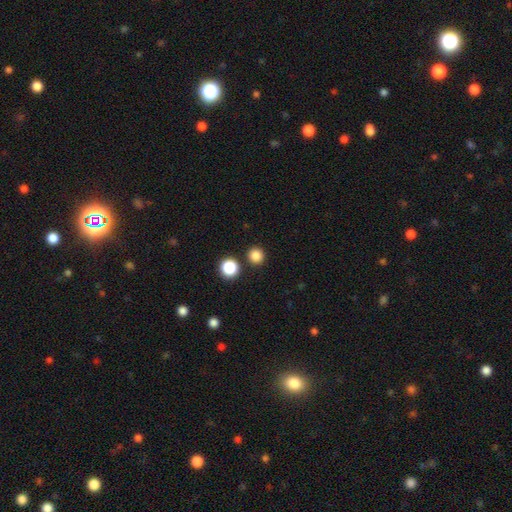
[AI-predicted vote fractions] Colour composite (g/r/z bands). It shows a smooth galaxy with no disk features (84%) that is round (95%). Merging: none (90%).